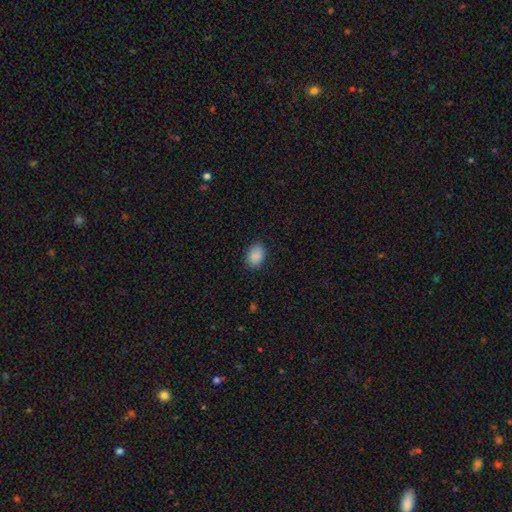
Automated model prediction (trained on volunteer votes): Smooth or featured: smooth — 90% (star or artifact — 7%)
How rounded: in between — 81% (round — 18%)
Merging: none — 87% (minor disturbance — 9%)